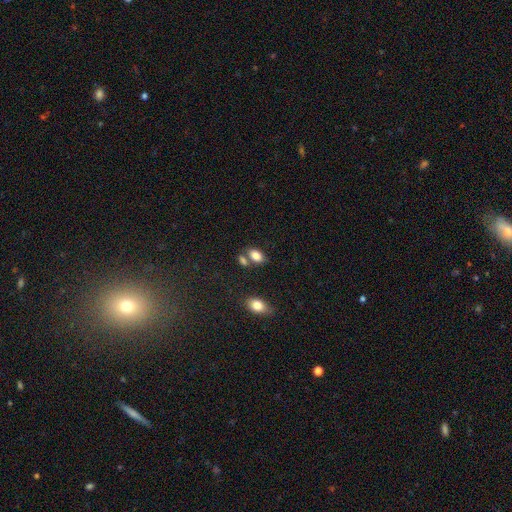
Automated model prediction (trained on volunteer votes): Q: Smooth or featured?
A: smooth (83%); runner-up: star or artifact (9%)
Q: How rounded?
A: in between (89%); runner-up: round (9%)
Q: Merging?
A: none (55%); runner-up: merger (27%)